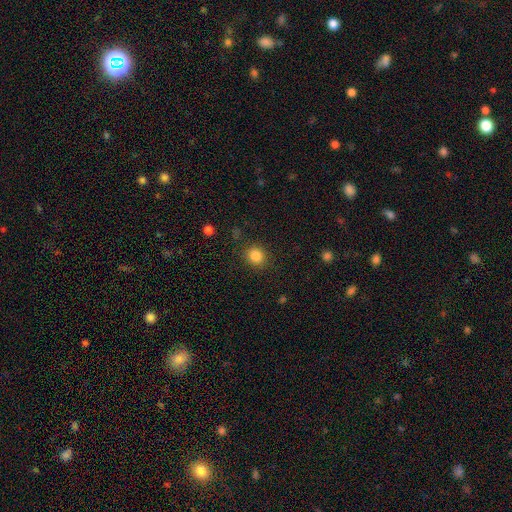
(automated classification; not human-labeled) Smooth or featured?
  - smooth: 85% *
  - star or artifact: 11%
  - featured or disk: 4%
How rounded?
  - round: 78% *
  - in between: 22%
  - cigar-shaped: 1%
Merging?
  - none: 87% *
  - minor disturbance: 8%
  - major disturbance: 3%
  - merger: 1%